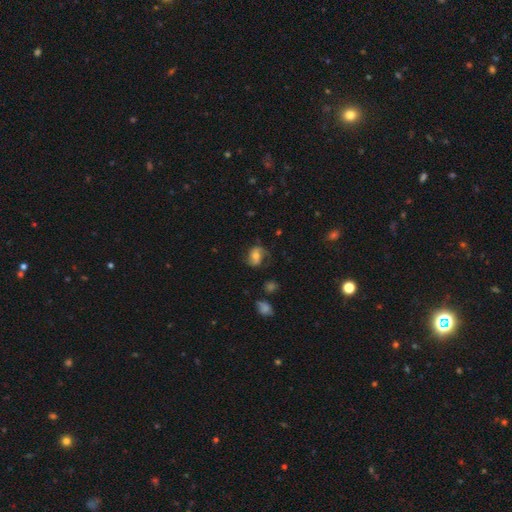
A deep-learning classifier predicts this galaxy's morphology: This is possibly a featured or disk galaxy (58%). It is clearly not viewed edge-on (96%). Bar: possibly no (47%). Spiral arm pattern: clearly yes (88%). Central bulge: likely moderate (60%). Merging: likely none (65%).